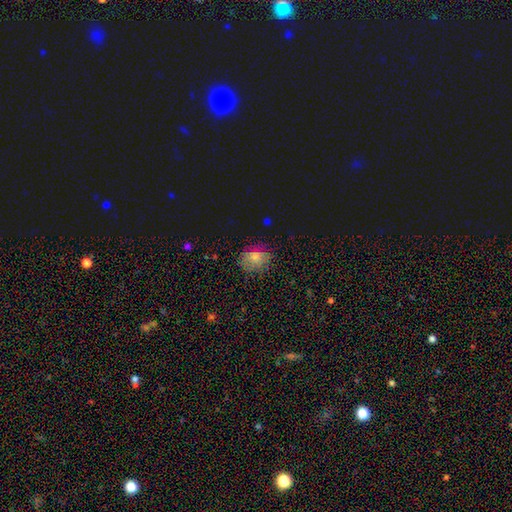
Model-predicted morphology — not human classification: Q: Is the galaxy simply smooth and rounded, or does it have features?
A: smooth — 72%.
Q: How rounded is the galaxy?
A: round — 55%.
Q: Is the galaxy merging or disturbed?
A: none — 80%.